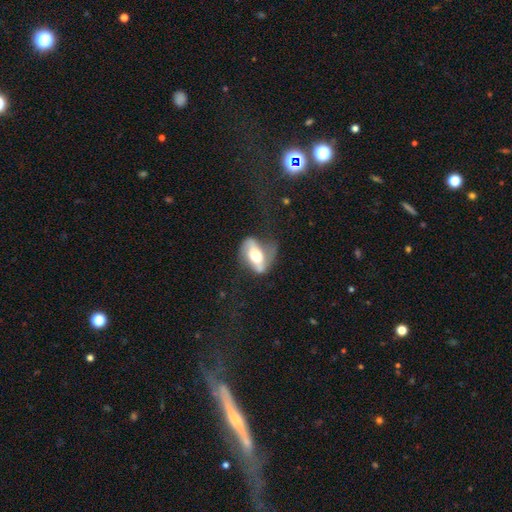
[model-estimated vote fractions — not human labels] The model was most divided on "bar": no: 37%, strong: 35%, weak: 28%. Remaining: edge-on disk — no (84%); spiral arms — yes (61%); smooth or featured — featured or disk (60%); bulge size — moderate (56%); merging — none (42%).